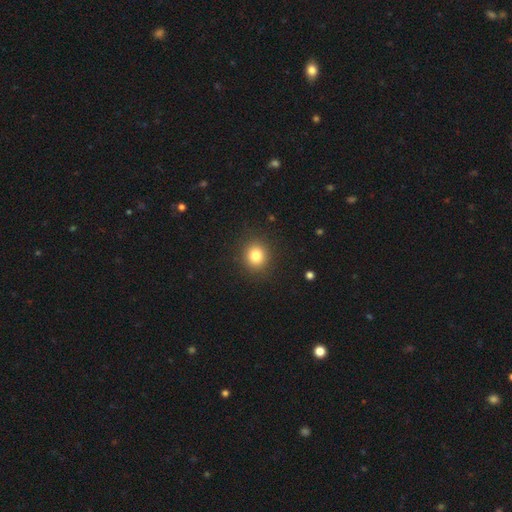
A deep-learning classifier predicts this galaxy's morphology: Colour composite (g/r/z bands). It shows a smooth galaxy with no disk features (82%) that is round (85%). Merging: none (90%).